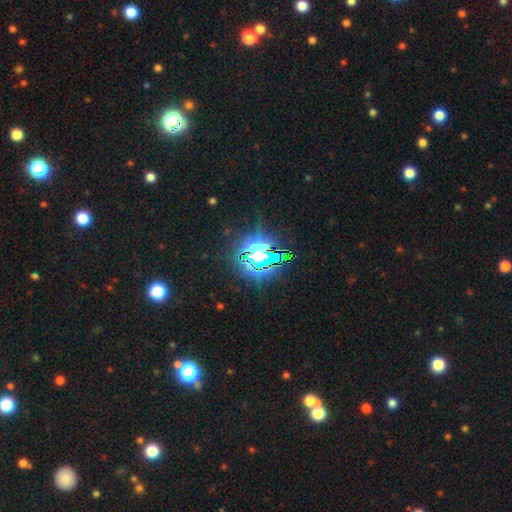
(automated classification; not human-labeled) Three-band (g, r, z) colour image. It shows a star or artifact, not a galaxy (75%).